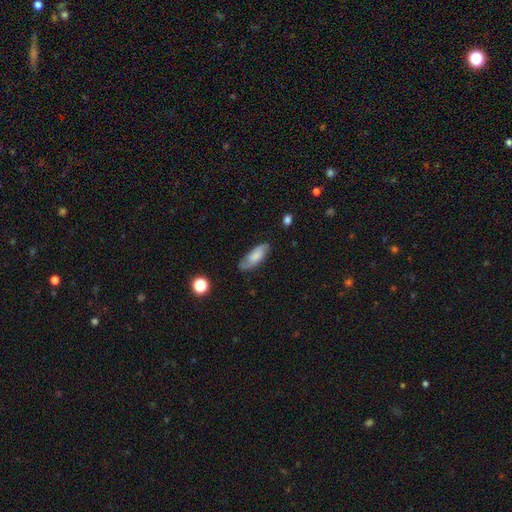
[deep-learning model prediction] smooth-or-featured: smooth: 68% | featured or disk: 24% | star or artifact: 7%
  how-rounded: in between: 73% | cigar-shaped: 25% | round: 2%
  merging: none: 74% | minor disturbance: 20% | major disturbance: 5% | merger: 2%